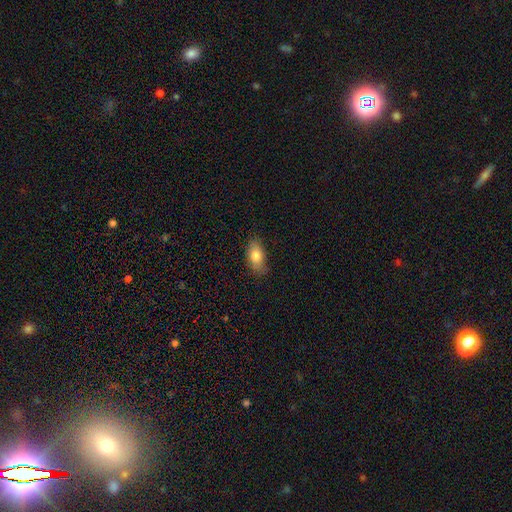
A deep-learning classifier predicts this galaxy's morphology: A smooth galaxy with no disk features (81%) that is in between round and cigar-shaped (88%). Merging: none (79%).